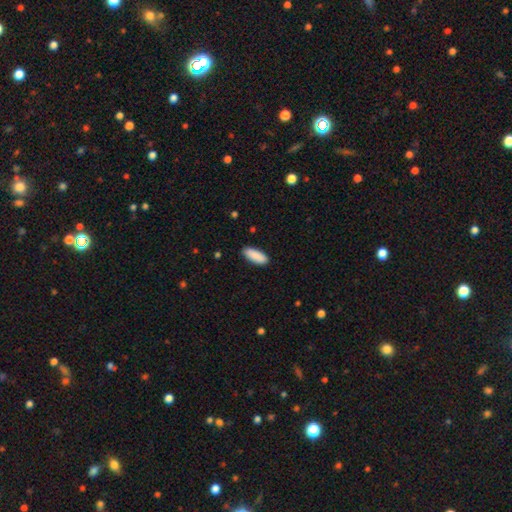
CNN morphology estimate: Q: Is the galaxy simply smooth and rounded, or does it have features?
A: smooth — 90%.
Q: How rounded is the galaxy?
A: in between — 75%.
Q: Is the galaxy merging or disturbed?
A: none — 87%.